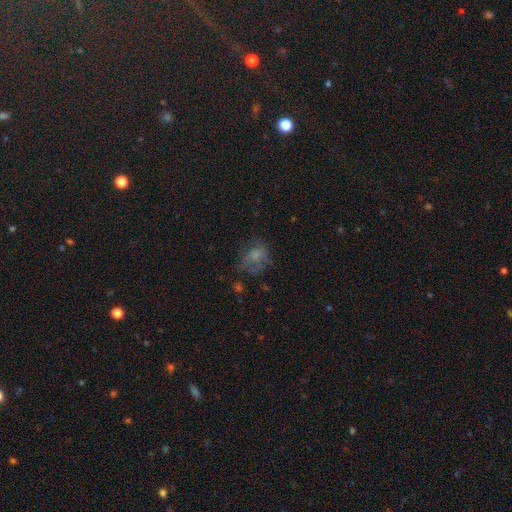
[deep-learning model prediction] smooth-or-featured: smooth: 65% | featured or disk: 21% | star or artifact: 15%
  how-rounded: round: 57% | in between: 42% | cigar-shaped: 1%
  merging: none: 49% | minor disturbance: 24% | major disturbance: 24% | merger: 3%